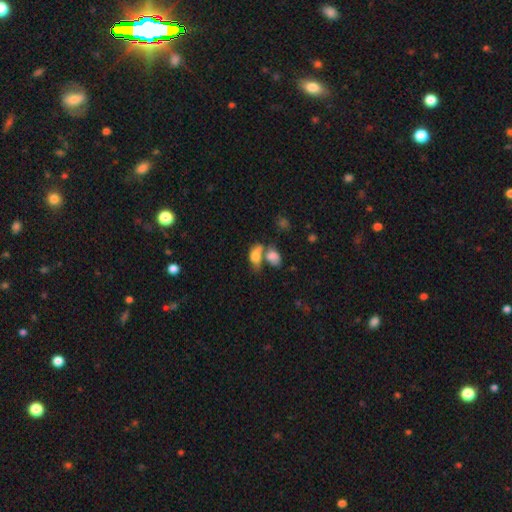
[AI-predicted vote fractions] Smooth or featured: smooth — 70% (featured or disk — 20%)
How rounded: in between — 83% (round — 14%)
Merging: merger — 55% (none — 22%)